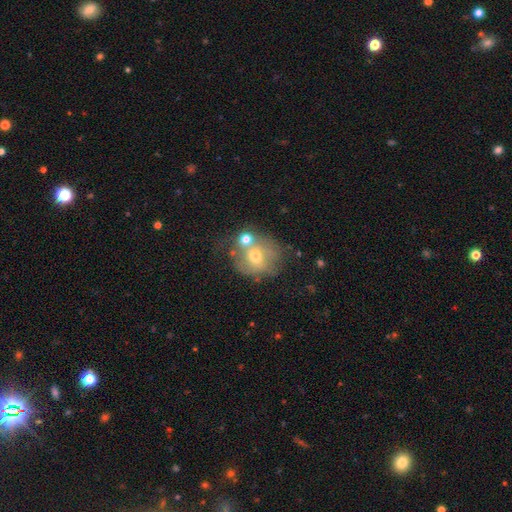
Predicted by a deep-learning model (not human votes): Smooth or featured? smooth (48%)
Merging? none (43%)